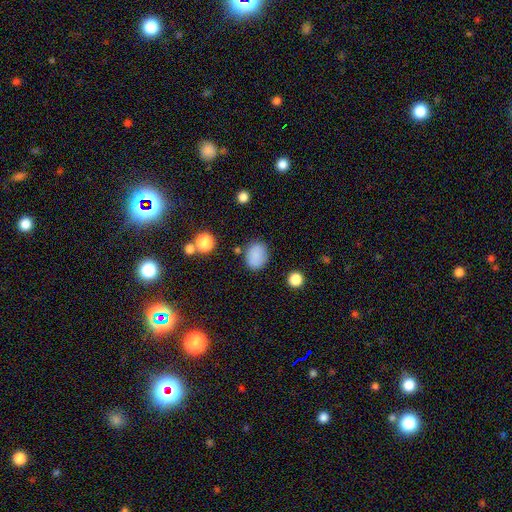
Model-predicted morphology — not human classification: Q: Smooth or featured?
A: smooth (84%); runner-up: star or artifact (10%)
Q: How rounded?
A: in between (58%); runner-up: round (41%)
Q: Merging?
A: none (80%); runner-up: minor disturbance (13%)